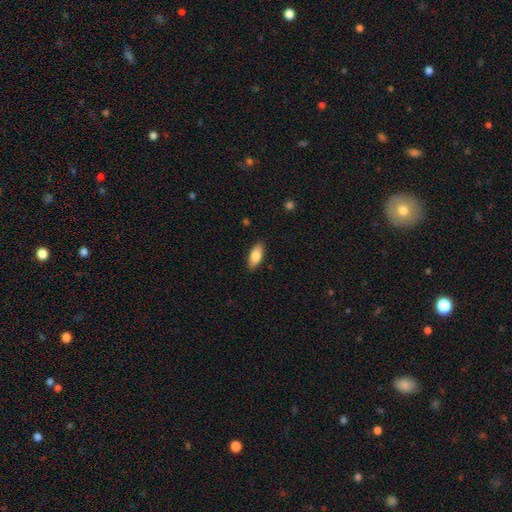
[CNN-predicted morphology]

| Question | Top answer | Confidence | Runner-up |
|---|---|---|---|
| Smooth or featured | smooth | 82% | featured or disk (11%) |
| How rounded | in between | 85% | cigar-shaped (13%) |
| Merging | none | 87% | minor disturbance (9%) |